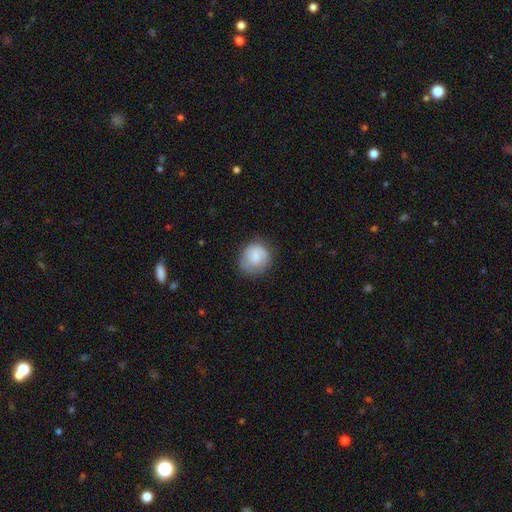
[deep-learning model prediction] Smooth or featured?
  - smooth: 64% *
  - featured or disk: 29%
  - star or artifact: 7%
How rounded?
  - round: 79% *
  - in between: 20%
  - cigar-shaped: 1%
Merging?
  - none: 69% *
  - minor disturbance: 22%
  - major disturbance: 8%
  - merger: 1%